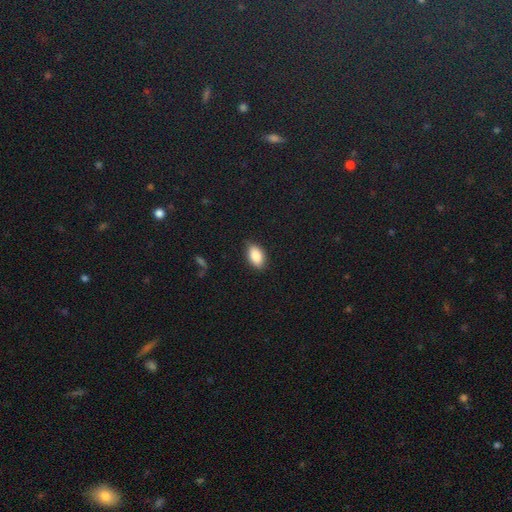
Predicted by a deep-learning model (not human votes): Smooth or featured? smooth (88%)
How rounded? in between (92%)
Merging? none (84%)